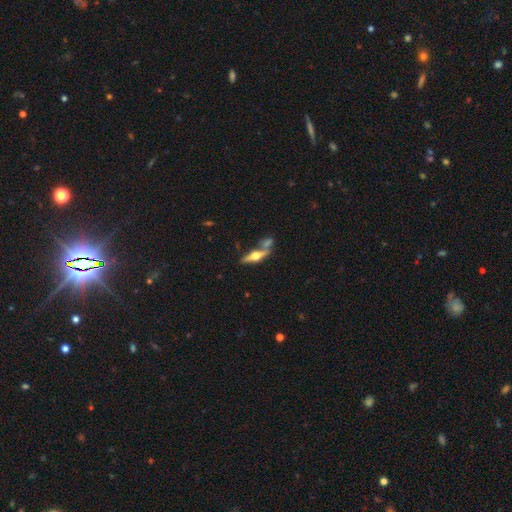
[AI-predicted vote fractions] Smooth or featured? featured or disk (64%)
Edge-on disk? yes (92%)
Edge-on bulge? rounded (94%)
Merging? none (54%)